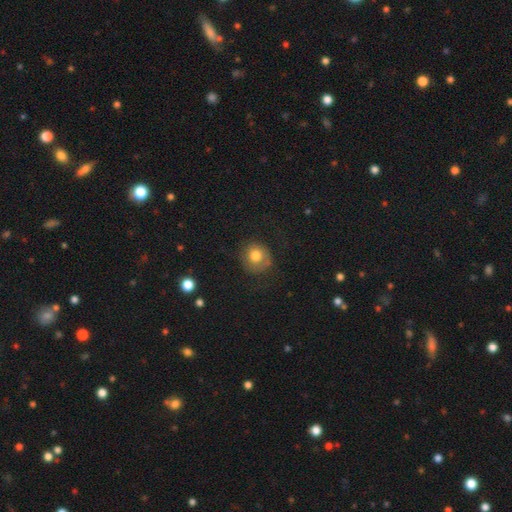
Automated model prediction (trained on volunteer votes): smooth_or_featured: smooth (p=0.74) [alt: featured or disk p=0.17]
how_rounded: round (p=0.87) [alt: in between p=0.12]
merging: none (p=0.67) [alt: minor disturbance p=0.19]